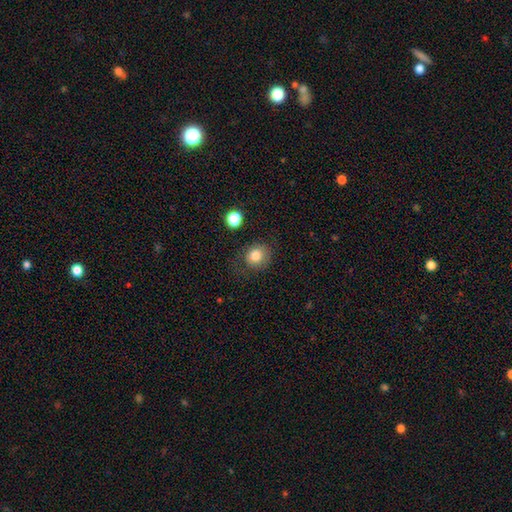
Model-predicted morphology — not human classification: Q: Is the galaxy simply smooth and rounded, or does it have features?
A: smooth — 80%.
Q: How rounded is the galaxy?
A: round — 74%.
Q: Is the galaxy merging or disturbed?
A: none — 72%.